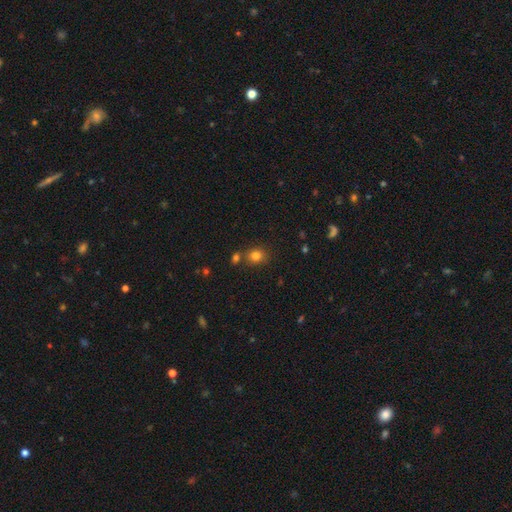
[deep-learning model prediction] This is likely a smooth galaxy (79%). How rounded: likely round (75%). Merging: likely none (71%).